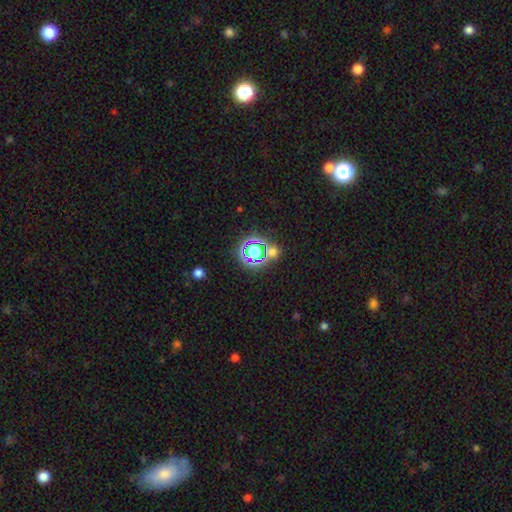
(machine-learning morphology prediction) The model was most divided on "smooth or featured": star or artifact: 55%, smooth: 33%, featured or disk: 11%.